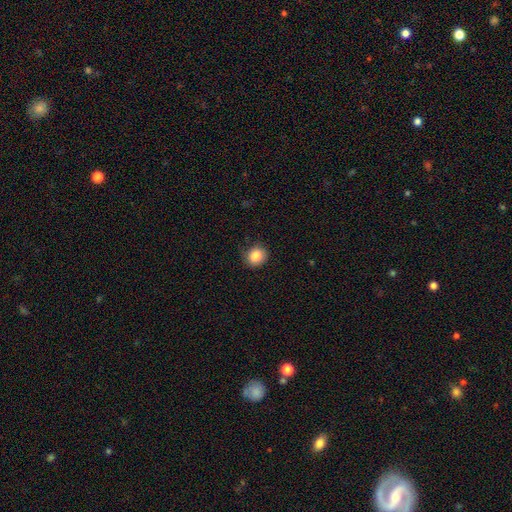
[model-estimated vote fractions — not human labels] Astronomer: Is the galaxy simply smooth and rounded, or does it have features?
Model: smooth — 86%.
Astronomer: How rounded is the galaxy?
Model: round — 76%.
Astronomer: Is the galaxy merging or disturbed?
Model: none — 84%.